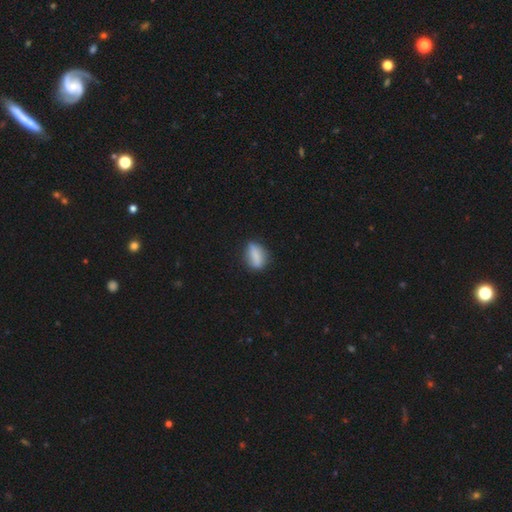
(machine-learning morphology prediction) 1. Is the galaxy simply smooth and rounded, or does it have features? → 76% smooth, 16% featured or disk, 8% star or artifact.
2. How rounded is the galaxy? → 71% in between, 17% cigar-shaped, 12% round.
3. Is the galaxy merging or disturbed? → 72% none, 20% minor disturbance, 5% major disturbance, 2% merger.